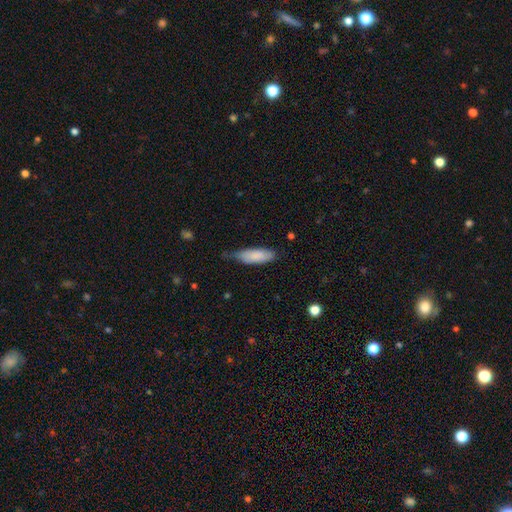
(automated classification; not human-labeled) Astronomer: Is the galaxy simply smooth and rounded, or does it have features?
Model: smooth — 83%.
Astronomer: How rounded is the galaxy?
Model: in between — 65%.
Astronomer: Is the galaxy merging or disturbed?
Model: none — 49% (runner-up: minor disturbance, 40%).